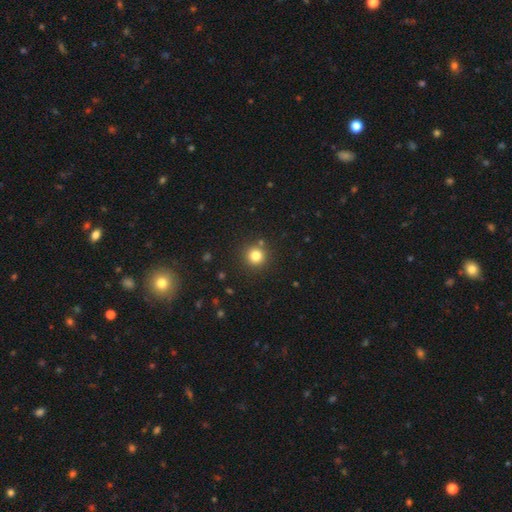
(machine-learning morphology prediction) This appears to be a smooth galaxy with no disk features (81%) that is round (95%). Merging: none (87%).